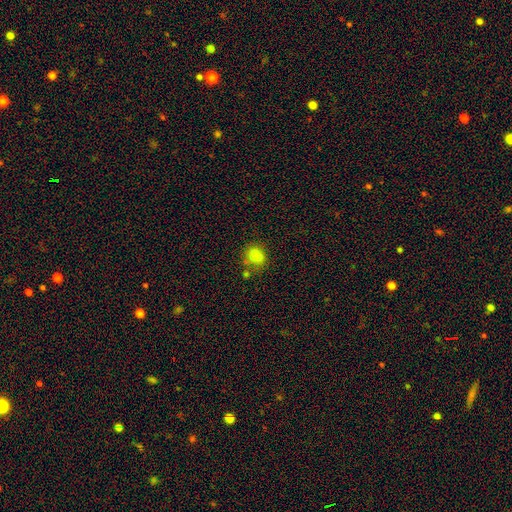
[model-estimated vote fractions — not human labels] smooth 81%, star or artifact 13%, featured or disk 6%. Down the decision tree: how rounded — round (50%); merging — none (61%).